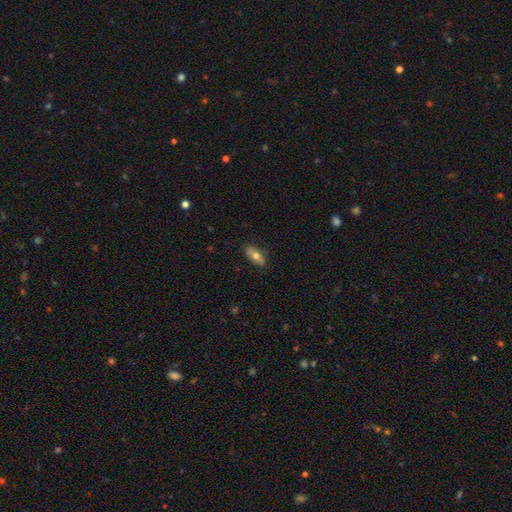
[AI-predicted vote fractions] A smooth galaxy with no disk features (66%) that is in between round and cigar-shaped (90%). Merging: none (84%).